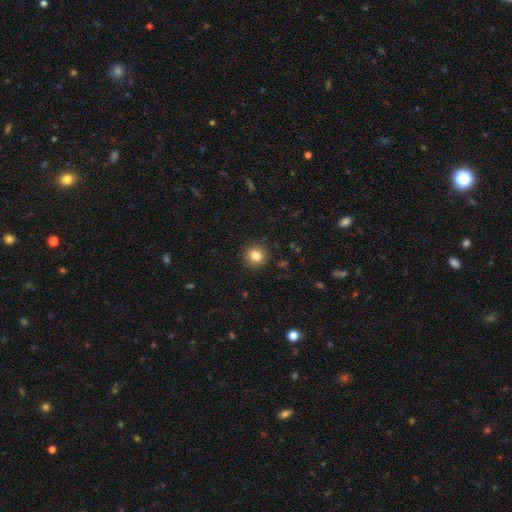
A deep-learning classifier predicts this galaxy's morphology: Smooth or featured? Predicted: smooth (p=0.83). How rounded? Predicted: round (p=0.93). Merging? Predicted: none (p=0.92).